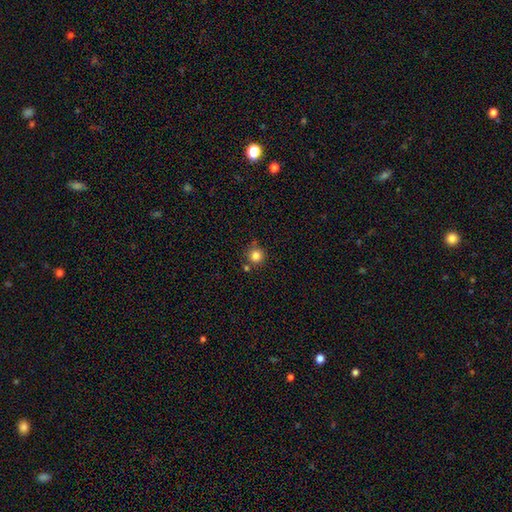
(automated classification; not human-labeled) smooth 83%, star or artifact 12%, featured or disk 5%. Down the decision tree: how rounded — round (95%); merging — none (77%).